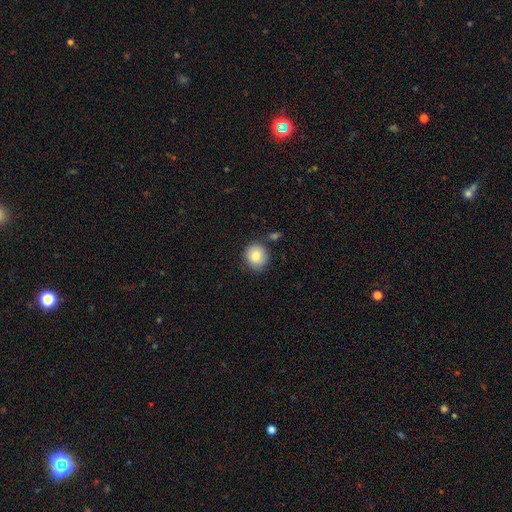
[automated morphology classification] Smooth or featured? Predicted: smooth (p=0.81). How rounded? Predicted: round (p=0.86). Merging? Predicted: none (p=0.78).